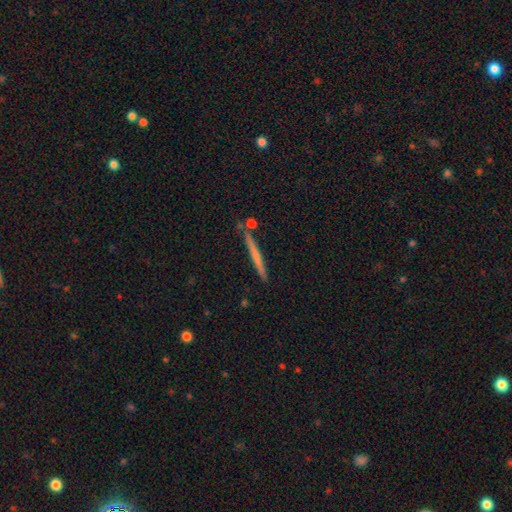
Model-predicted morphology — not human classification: Overall: smooth (48%; featured or disk 45%). Merging: none (85%).